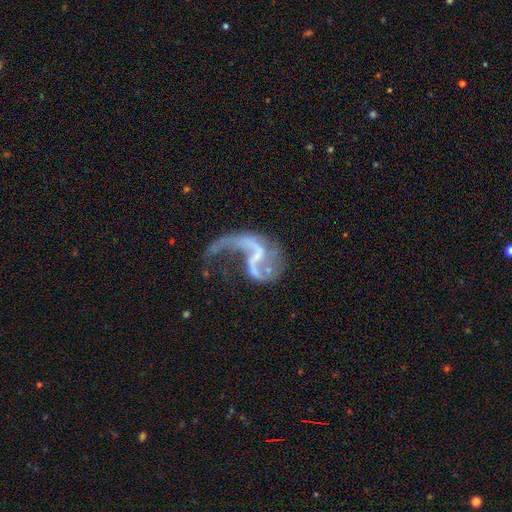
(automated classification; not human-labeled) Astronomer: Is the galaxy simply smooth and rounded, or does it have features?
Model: featured or disk — 85%.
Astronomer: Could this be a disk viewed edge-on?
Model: no — 98%.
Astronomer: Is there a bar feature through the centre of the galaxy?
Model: weak — 40% (runner-up: no, 39%).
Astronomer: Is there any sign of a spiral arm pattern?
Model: yes — 86%.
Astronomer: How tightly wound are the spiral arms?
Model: loose — 88%.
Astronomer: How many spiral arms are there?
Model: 2 — 60%.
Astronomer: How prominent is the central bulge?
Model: none — 52% (runner-up: small, 37%).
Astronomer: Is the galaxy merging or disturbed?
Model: major disturbance — 45% (runner-up: none, 29%).